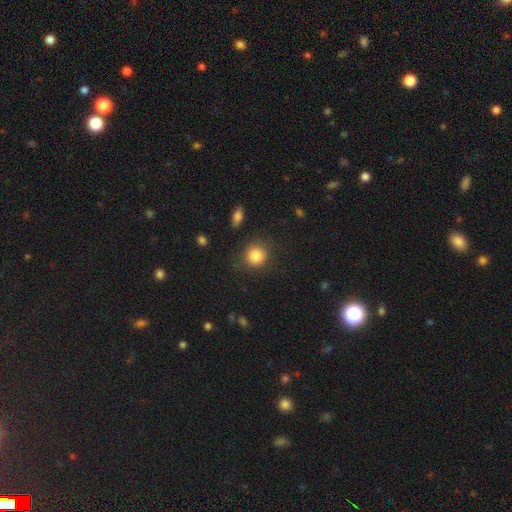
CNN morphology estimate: smooth 85%, star or artifact 10%, featured or disk 5%. Down the decision tree: how rounded — round (88%); merging — none (84%).